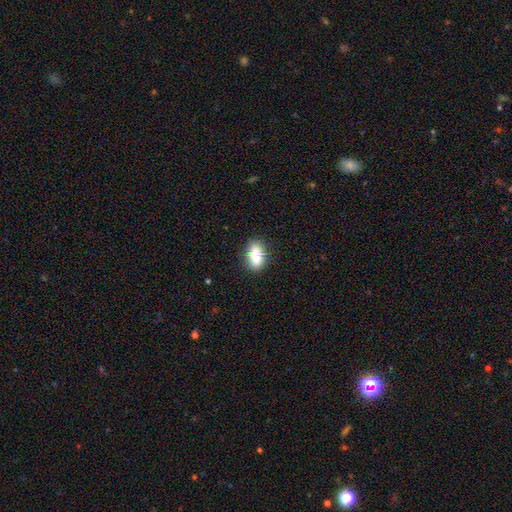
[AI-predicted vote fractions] Smooth or featured?
  - smooth: 81% *
  - featured or disk: 10%
  - star or artifact: 8%
How rounded?
  - in between: 81% *
  - cigar-shaped: 12%
  - round: 7%
Merging?
  - none: 79% *
  - minor disturbance: 15%
  - major disturbance: 3%
  - merger: 2%